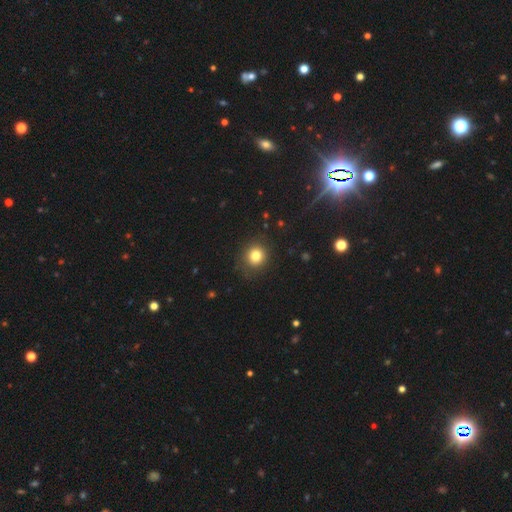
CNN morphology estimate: Smooth or featured? Predicted: smooth (p=0.81). How rounded? Predicted: round (p=0.86). Merging? Predicted: none (p=0.85).